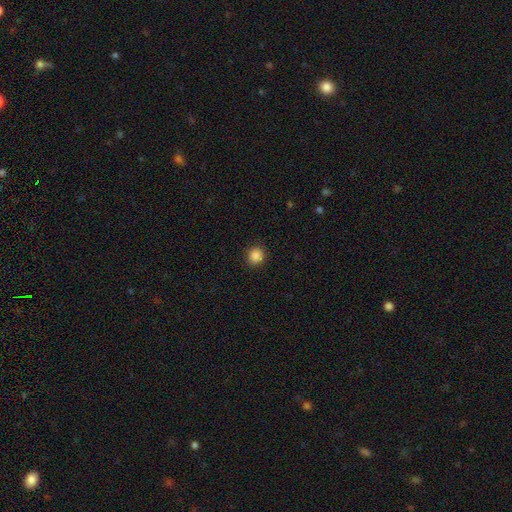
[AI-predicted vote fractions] Smooth or featured? smooth (86%)
How rounded? round (90%)
Merging? none (91%)